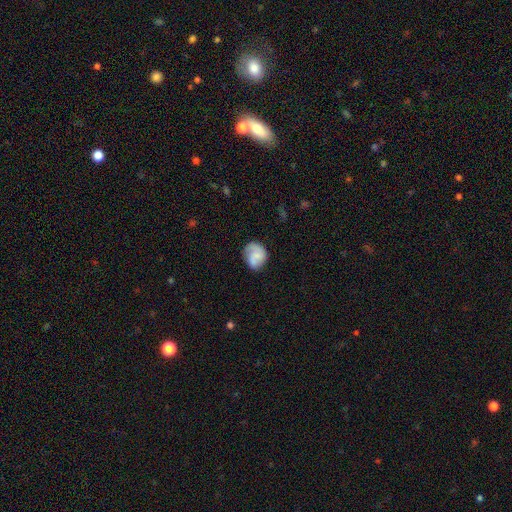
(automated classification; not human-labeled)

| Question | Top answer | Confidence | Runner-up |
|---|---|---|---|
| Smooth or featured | smooth | 54% | featured or disk (38%) |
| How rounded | round | 60% | in between (39%) |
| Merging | none | 60% | minor disturbance (26%) |